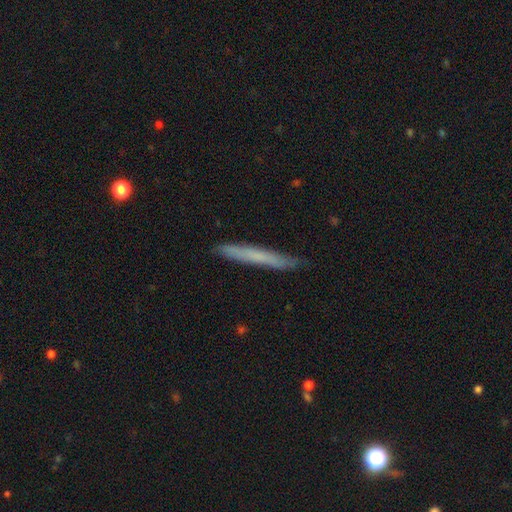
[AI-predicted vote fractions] A smooth galaxy with no disk features (60%) that is cigar-shaped (97%).

Vote fractions:
- Smooth or featured? smooth: 60% / featured or disk: 33% / star or artifact: 7%
- How rounded? cigar-shaped: 97% / in between: 2% / round: 1%
- Merging? none: 88% / minor disturbance: 9% / major disturbance: 2% / merger: 1%